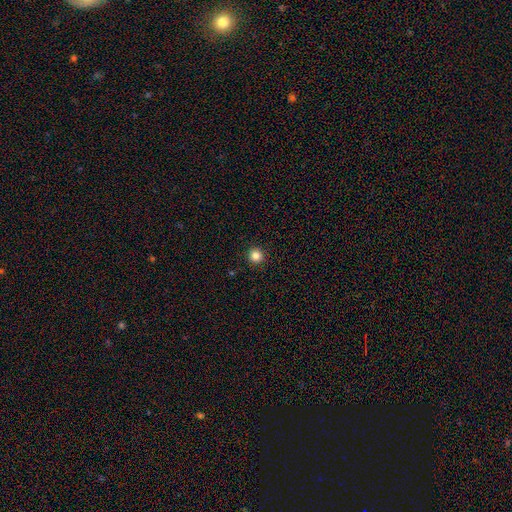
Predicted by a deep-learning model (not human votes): A smooth galaxy with no disk features (84%) that is round (95%).

Vote fractions:
- Smooth or featured? smooth: 84% / star or artifact: 12% / featured or disk: 4%
- How rounded? round: 95% / in between: 4% / cigar-shaped: 1%
- Merging? none: 93% / minor disturbance: 4% / major disturbance: 2% / merger: 1%